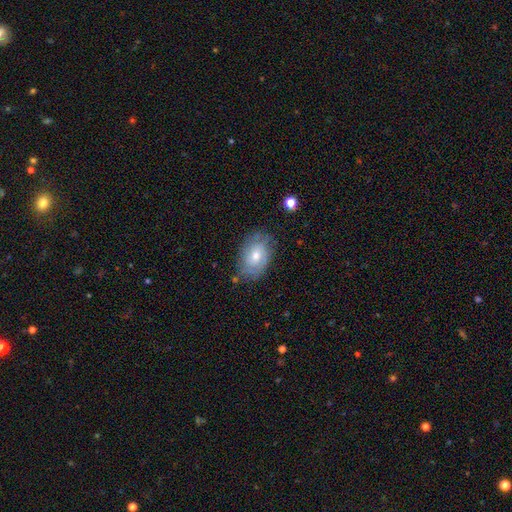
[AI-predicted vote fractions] Q: Smooth or featured?
A: featured or disk (58%); runner-up: smooth (33%)
Q: Edge-on disk?
A: no (95%); runner-up: yes (5%)
Q: Bar?
A: no (64%); runner-up: weak (31%)
Q: Spiral arms?
A: yes (81%); runner-up: no (19%)
Q: Bulge size?
A: moderate (62%); runner-up: small (32%)
Q: Merging?
A: none (74%); runner-up: minor disturbance (19%)